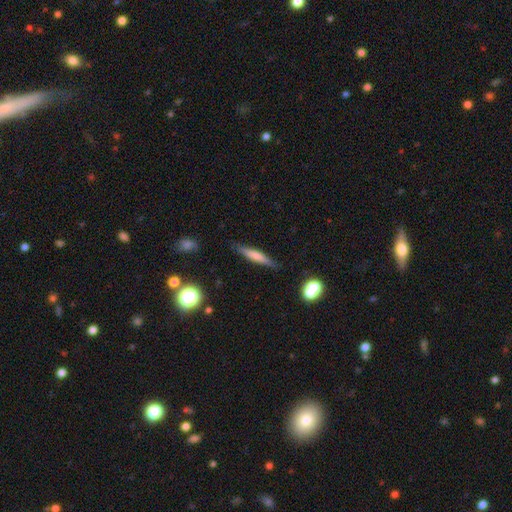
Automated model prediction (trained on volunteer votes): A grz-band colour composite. It shows a smooth galaxy with no disk features (61%) that is cigar-shaped (90%). Merging: none (84%).